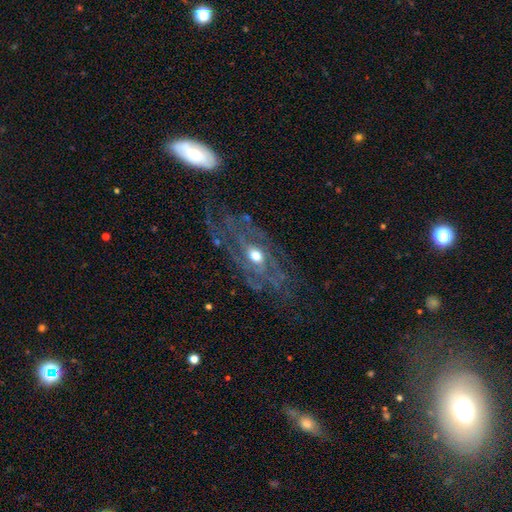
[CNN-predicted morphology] A featured or disk galaxy (68%) with no bar (73%), spiral arms (64%) and a moderate central bulge (55%).

Vote fractions:
- Smooth or featured? featured or disk: 68% / smooth: 17% / star or artifact: 15%
- Edge-on disk? no: 84% / yes: 16%
- Bar? no: 73% / weak: 21% / strong: 7%
- Spiral arms? yes: 64% / no: 36%
- Bulge size? moderate: 55% / small: 38% / large: 4% / none: 2% / dominant: 1%
- Merging? none: 68% / minor disturbance: 17% / major disturbance: 11% / merger: 4%